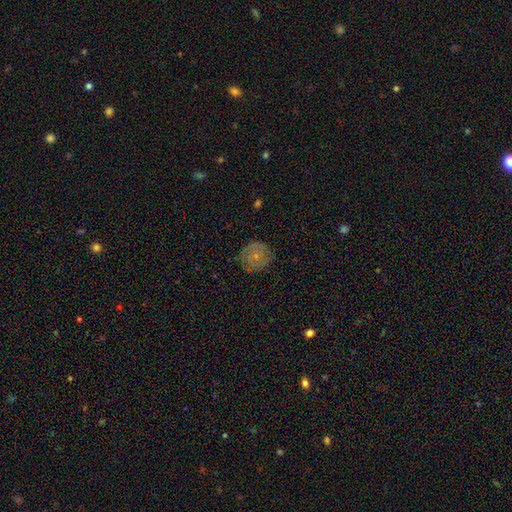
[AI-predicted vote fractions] Q: Smooth or featured?
A: smooth (58%); runner-up: featured or disk (32%)
Q: How rounded?
A: round (89%); runner-up: in between (10%)
Q: Merging?
A: none (80%); runner-up: minor disturbance (15%)